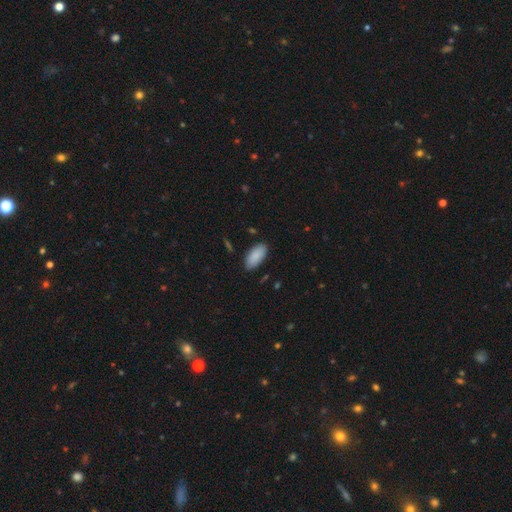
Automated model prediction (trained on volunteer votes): Smooth or featured?
  - smooth: 90% *
  - star or artifact: 6%
  - featured or disk: 4%
How rounded?
  - in between: 92% *
  - cigar-shaped: 6%
  - round: 2%
Merging?
  - none: 85% *
  - minor disturbance: 11%
  - major disturbance: 2%
  - merger: 1%